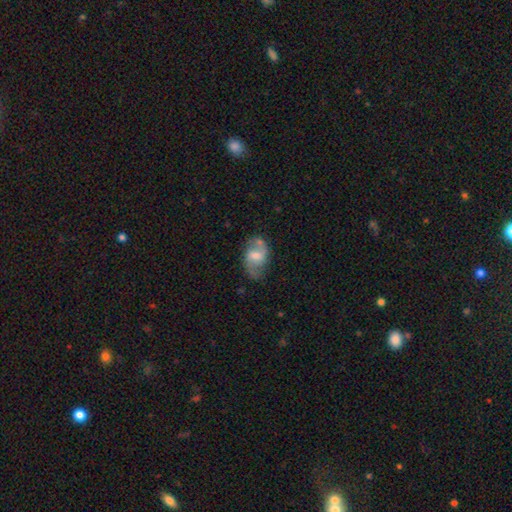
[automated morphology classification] smooth_or_featured: featured or disk (p=0.73) [alt: smooth p=0.20]
disk_edge_on: no (p=0.97) [alt: yes p=0.03]
bar: weak (p=0.58) [alt: no p=0.26]
has_spiral_arms: yes (p=0.91) [alt: no p=0.09]
spiral_winding: loose (p=0.47) [alt: medium p=0.43]
spiral_arm_count: 2 (p=0.89) [alt: can't tell p=0.05]
bulge_size: moderate (p=0.46) [alt: small p=0.33]
merging: none (p=0.69) [alt: minor disturbance p=0.20]